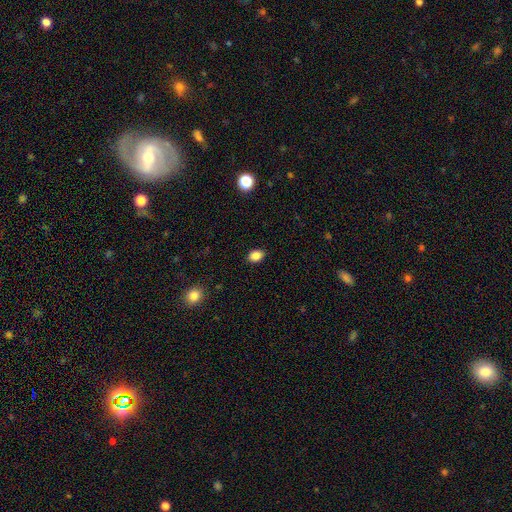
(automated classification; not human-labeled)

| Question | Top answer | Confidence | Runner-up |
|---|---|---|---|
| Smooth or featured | smooth | 86% | star or artifact (10%) |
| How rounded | in between | 72% | round (27%) |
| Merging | none | 89% | minor disturbance (8%) |